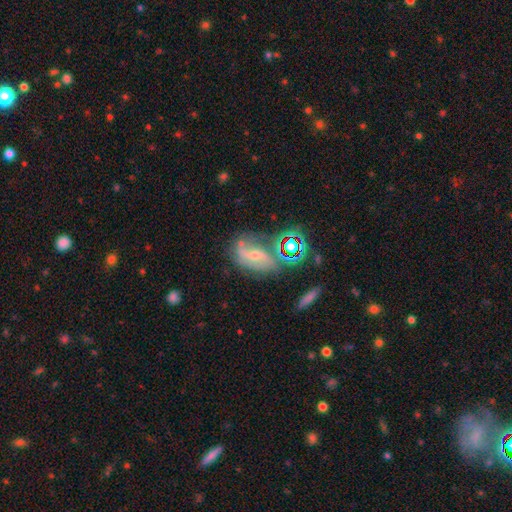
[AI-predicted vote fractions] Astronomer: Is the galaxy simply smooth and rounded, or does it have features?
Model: featured or disk — 64%.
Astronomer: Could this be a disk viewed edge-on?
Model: no — 94%.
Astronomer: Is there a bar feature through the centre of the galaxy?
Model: weak — 40% (runner-up: no, 33%).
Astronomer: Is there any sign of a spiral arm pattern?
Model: yes — 84%.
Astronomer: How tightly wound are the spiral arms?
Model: loose — 44% (runner-up: medium, 38%).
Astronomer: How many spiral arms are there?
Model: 2 — 64%.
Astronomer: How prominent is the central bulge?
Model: small — 61%.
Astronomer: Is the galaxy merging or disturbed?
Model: none — 49%.